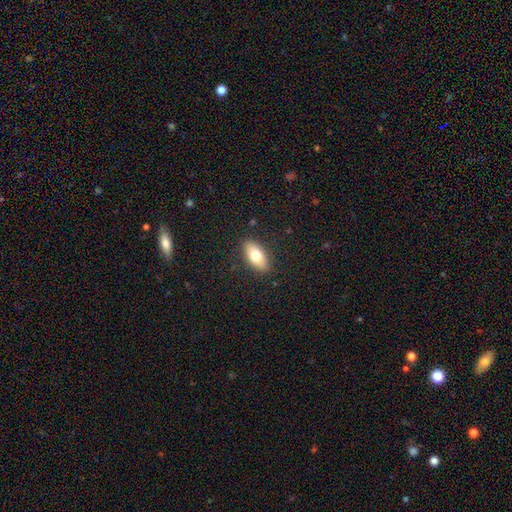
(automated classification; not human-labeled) A smooth galaxy with no disk features (73%) that is in between round and cigar-shaped (88%).

Vote fractions:
- Smooth or featured? smooth: 73% / featured or disk: 20% / star or artifact: 7%
- How rounded? in between: 88% / cigar-shaped: 8% / round: 4%
- Merging? none: 88% / minor disturbance: 9% / major disturbance: 2% / merger: 1%